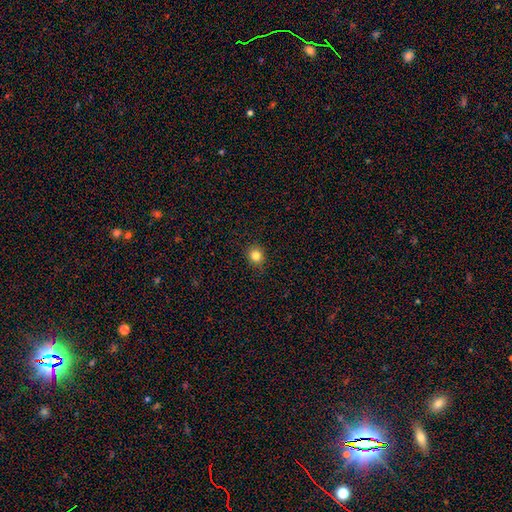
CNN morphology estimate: Smooth or featured?
  - smooth: 83% *
  - star or artifact: 12%
  - featured or disk: 5%
How rounded?
  - round: 85% *
  - in between: 14%
  - cigar-shaped: 1%
Merging?
  - none: 88% *
  - minor disturbance: 9%
  - major disturbance: 2%
  - merger: 1%